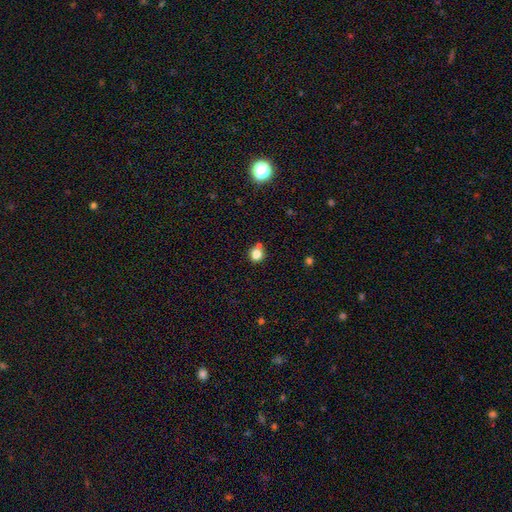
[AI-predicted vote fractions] smooth_or_featured: smooth (p=0.80) [alt: star or artifact p=0.13]
how_rounded: round (p=0.84) [alt: in between p=0.15]
merging: none (p=0.63) [alt: merger p=0.21]